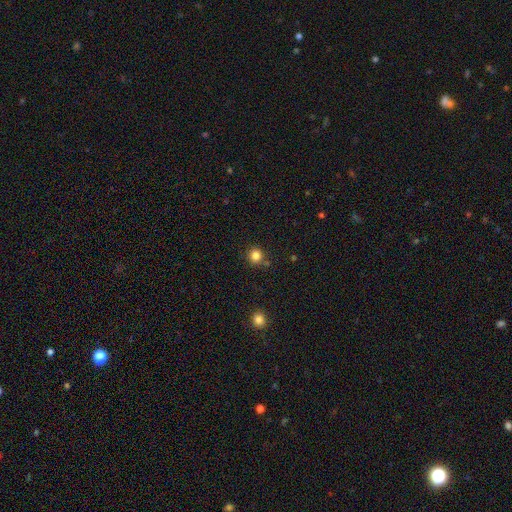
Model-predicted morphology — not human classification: smooth 83%, star or artifact 13%, featured or disk 5%. Down the decision tree: how rounded — round (92%); merging — none (83%).